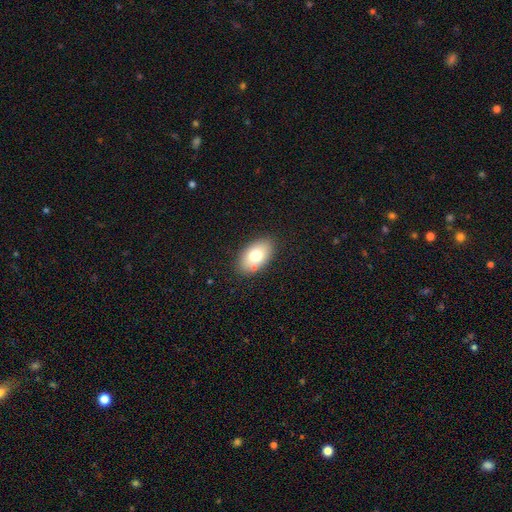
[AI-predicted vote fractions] Morphology: type=smooth (74%); roundness=in between (91%); merging=none (82%).